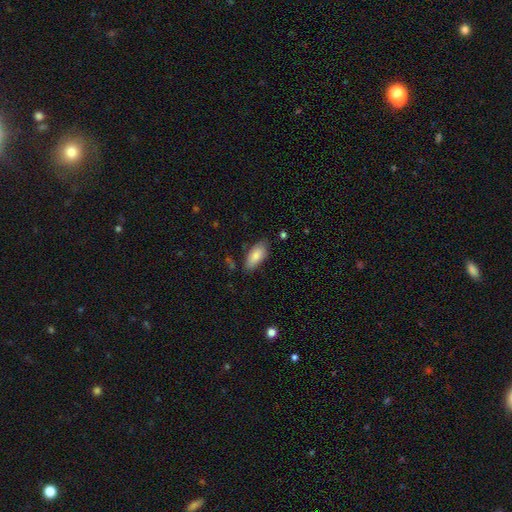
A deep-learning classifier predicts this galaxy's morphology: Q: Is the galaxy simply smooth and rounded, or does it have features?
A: smooth — 83%.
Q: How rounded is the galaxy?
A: in between — 88%.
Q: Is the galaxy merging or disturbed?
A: none — 76%.